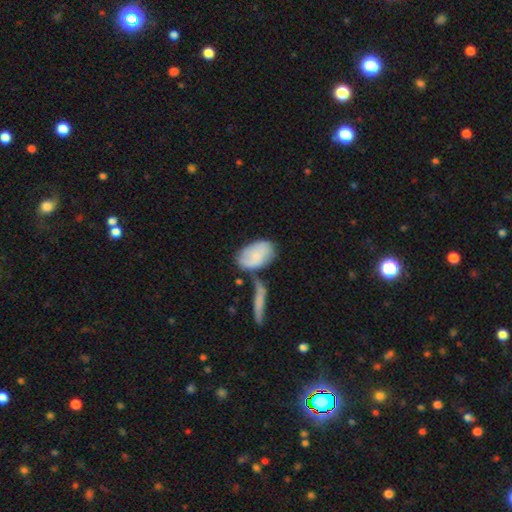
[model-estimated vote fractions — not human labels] A smooth galaxy with no disk features (67%) that is in between round and cigar-shaped (91%).

Vote fractions:
- Smooth or featured? smooth: 67% / featured or disk: 26% / star or artifact: 7%
- How rounded? in between: 91% / round: 6% / cigar-shaped: 3%
- Merging? none: 43% / merger: 27% / minor disturbance: 21% / major disturbance: 9%